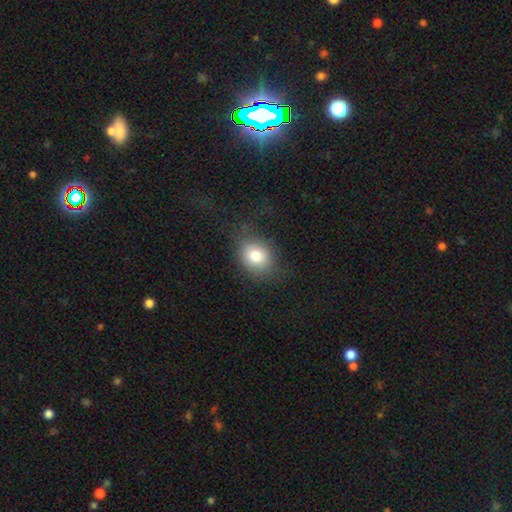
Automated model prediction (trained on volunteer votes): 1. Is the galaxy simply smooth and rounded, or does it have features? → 79% smooth, 11% featured or disk, 11% star or artifact.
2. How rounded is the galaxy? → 53% round, 46% in between, 1% cigar-shaped.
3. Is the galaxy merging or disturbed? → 71% none, 18% minor disturbance, 10% major disturbance, 1% merger.